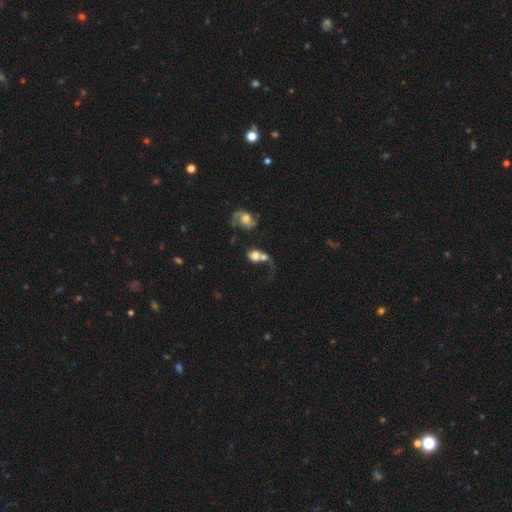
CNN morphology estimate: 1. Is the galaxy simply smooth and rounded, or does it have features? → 56% smooth, 33% featured or disk, 12% star or artifact.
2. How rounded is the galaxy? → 60% round, 38% in between, 2% cigar-shaped.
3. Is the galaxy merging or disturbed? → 55% merger, 20% major disturbance, 17% none, 8% minor disturbance.